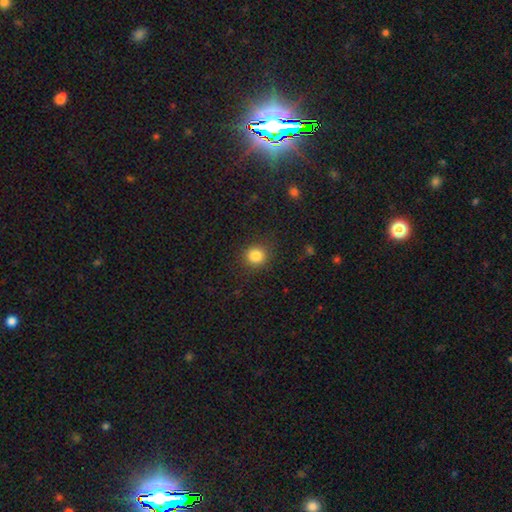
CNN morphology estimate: A smooth galaxy with no disk features (84%) that is round (87%).

Vote fractions:
- Smooth or featured? smooth: 84% / star or artifact: 11% / featured or disk: 5%
- How rounded? round: 87% / in between: 12% / cigar-shaped: 1%
- Merging? none: 87% / minor disturbance: 8% / major disturbance: 3% / merger: 1%